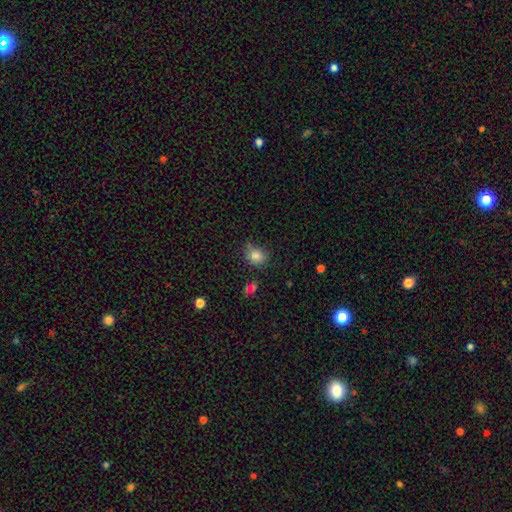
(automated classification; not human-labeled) smooth_or_featured: smooth (p=0.84) [alt: star or artifact p=0.11]
how_rounded: round (p=0.58) [alt: in between p=0.41]
merging: none (p=0.66) [alt: minor disturbance p=0.24]